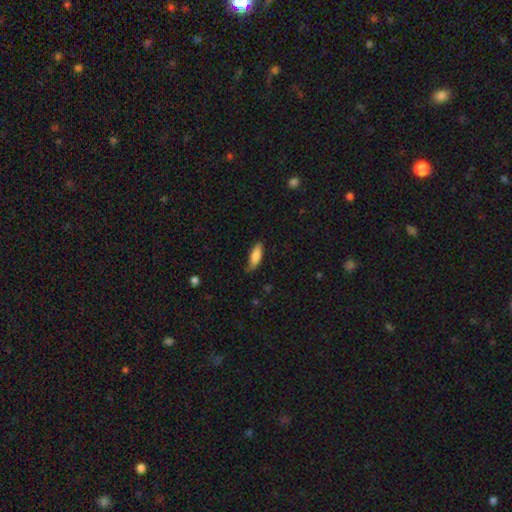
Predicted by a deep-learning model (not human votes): Smooth or featured: smooth — 82% (featured or disk — 12%)
How rounded: in between — 55% (cigar-shaped — 43%)
Merging: none — 72% (minor disturbance — 23%)